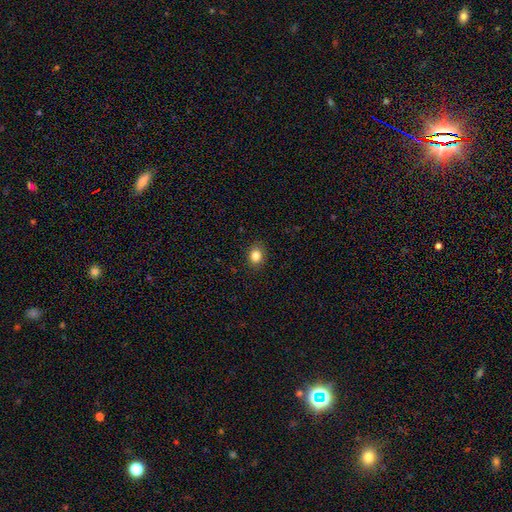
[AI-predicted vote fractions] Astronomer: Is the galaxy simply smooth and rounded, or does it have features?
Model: smooth — 85%.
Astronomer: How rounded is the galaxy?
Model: round — 51% (runner-up: in between, 48%).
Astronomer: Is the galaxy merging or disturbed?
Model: none — 88%.